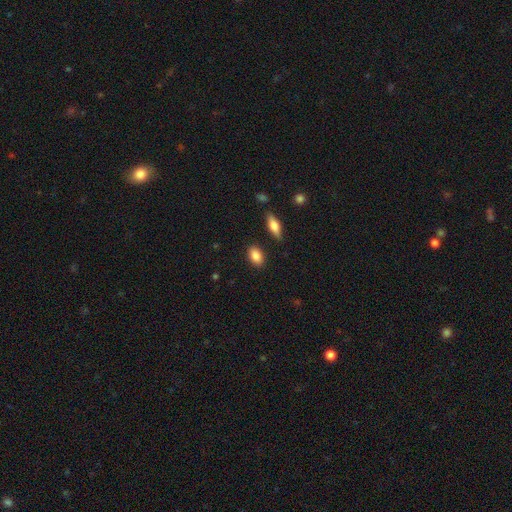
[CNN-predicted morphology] smooth 87%, star or artifact 7%, featured or disk 6%. Down the decision tree: how rounded — in between (85%); merging — none (86%).